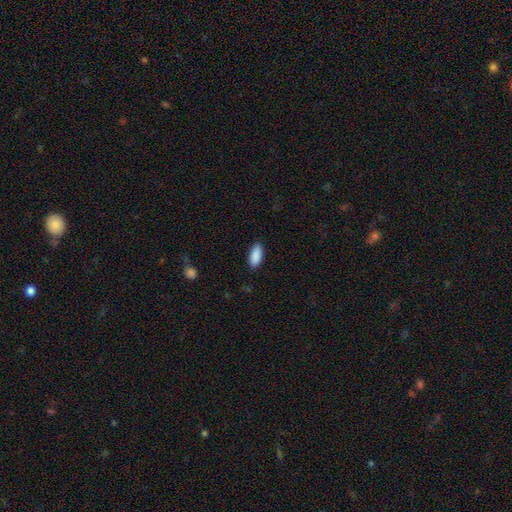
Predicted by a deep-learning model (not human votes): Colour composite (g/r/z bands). It shows a smooth galaxy with no disk features (90%) that is in between round and cigar-shaped (85%). Merging: none (87%).